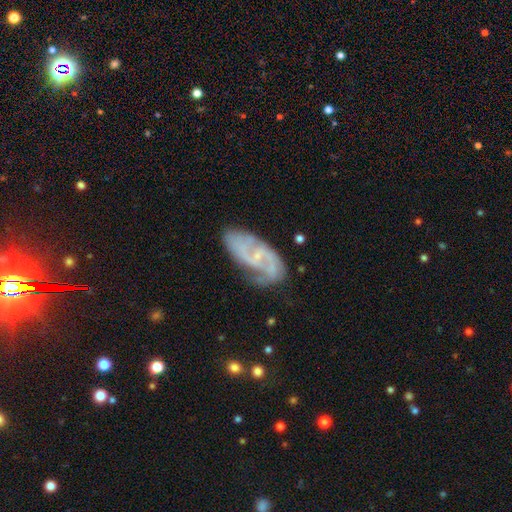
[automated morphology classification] featured or disk 78%, smooth 15%, star or artifact 7%. Down the decision tree: edge-on disk — no (95%); bar — no (47%); spiral arms — yes (91%); spiral arm count — 2 (62%); spiral winding — medium (45%); bulge size — small (70%); merging — none (58%).